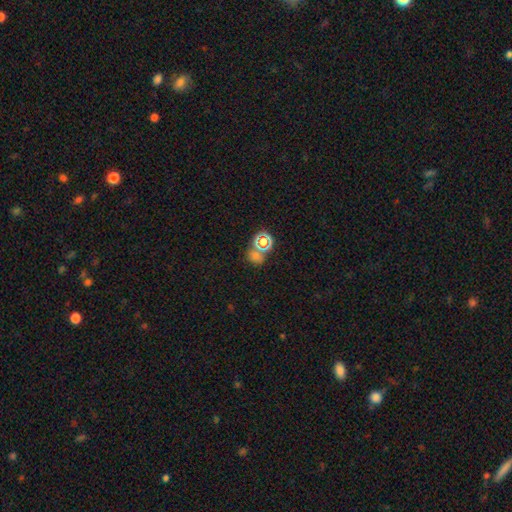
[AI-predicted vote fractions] smooth 54%, star or artifact 38%, featured or disk 8%. Down the decision tree: how rounded — round (66%); merging — none (62%).